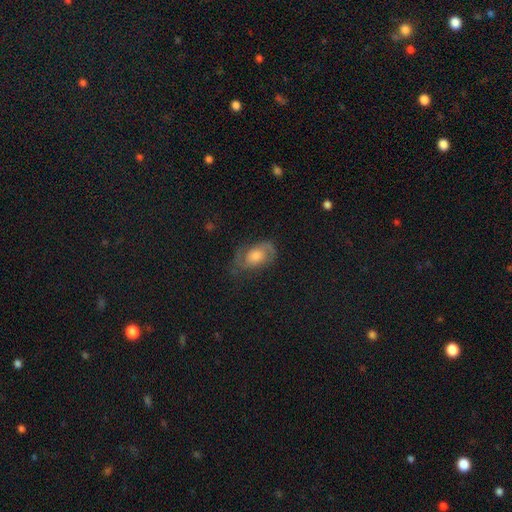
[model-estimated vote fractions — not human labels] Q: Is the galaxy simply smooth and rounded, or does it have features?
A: featured or disk — 62%.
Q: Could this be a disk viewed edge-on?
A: no — 94%.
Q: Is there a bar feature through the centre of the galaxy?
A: no — 72%.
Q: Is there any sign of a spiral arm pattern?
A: yes — 85%.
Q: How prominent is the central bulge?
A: moderate — 42%.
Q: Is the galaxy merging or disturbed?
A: none — 62%.